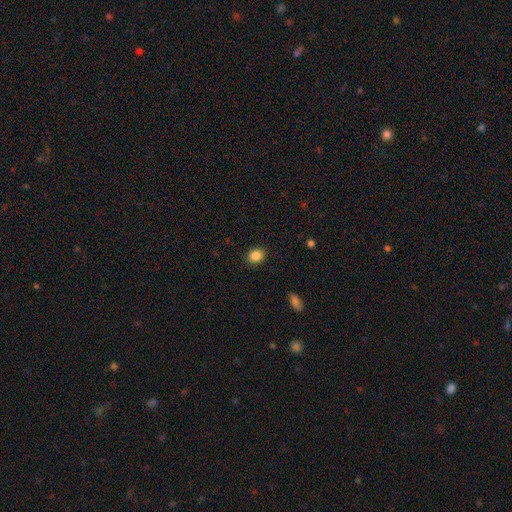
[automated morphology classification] smooth_or_featured: smooth (p=0.86) [alt: star or artifact p=0.10]
how_rounded: in between (p=0.53) [alt: round p=0.46]
merging: none (p=0.89) [alt: minor disturbance p=0.08]